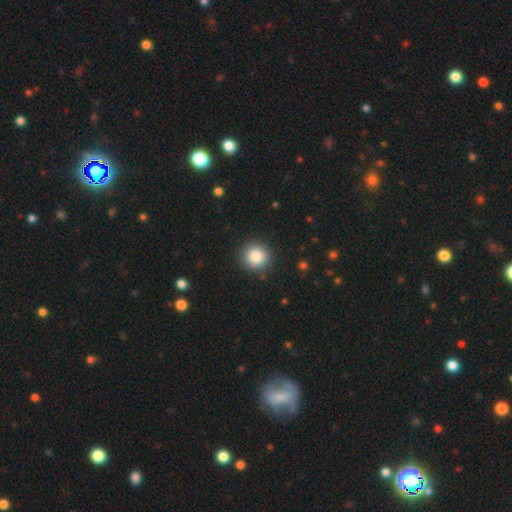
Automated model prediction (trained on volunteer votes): smooth 86%, star or artifact 9%, featured or disk 5%. Down the decision tree: how rounded — round (93%); merging — none (89%).